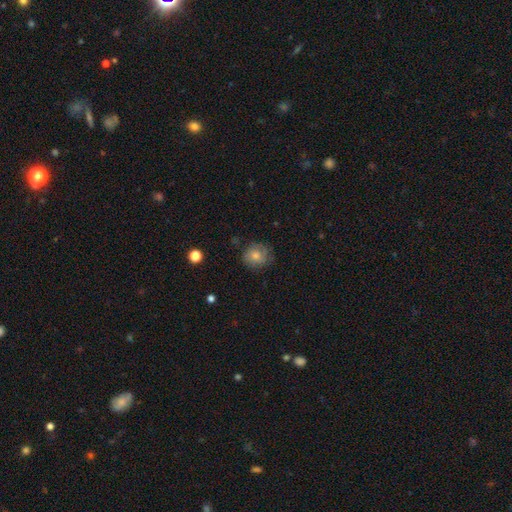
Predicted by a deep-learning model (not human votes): Morphology: type=smooth (72%); roundness=round (81%); merging=none (74%).